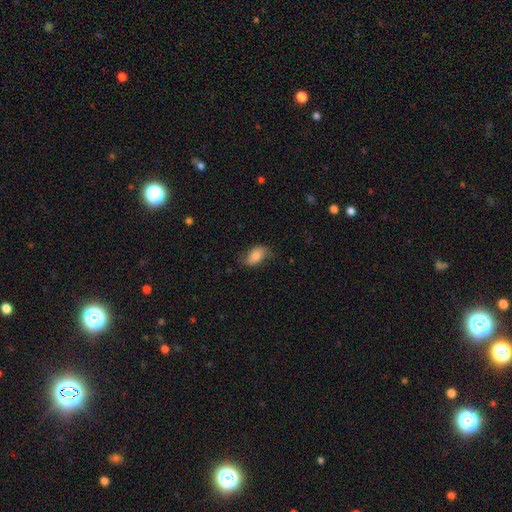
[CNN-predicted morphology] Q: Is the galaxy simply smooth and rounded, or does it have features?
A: smooth — 70%.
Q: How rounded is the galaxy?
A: in between — 91%.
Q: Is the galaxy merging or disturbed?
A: none — 69%.